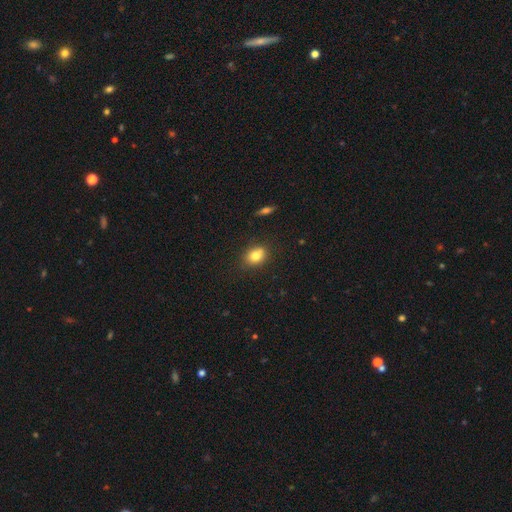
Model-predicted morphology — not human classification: smooth 79%, featured or disk 10%, star or artifact 10%. Down the decision tree: how rounded — in between (61%); merging — none (76%).